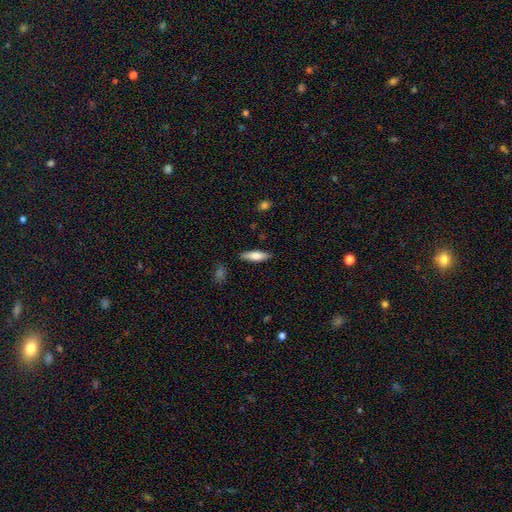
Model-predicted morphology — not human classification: A smooth galaxy with no disk features (73%) that is cigar-shaped (54%).

Vote fractions:
- Smooth or featured? smooth: 73% / featured or disk: 21% / star or artifact: 6%
- How rounded? cigar-shaped: 54% / in between: 44% / round: 2%
- Merging? none: 86% / minor disturbance: 11% / major disturbance: 2% / merger: 2%